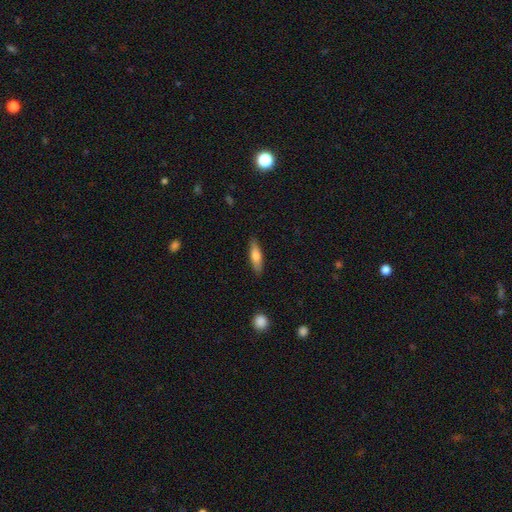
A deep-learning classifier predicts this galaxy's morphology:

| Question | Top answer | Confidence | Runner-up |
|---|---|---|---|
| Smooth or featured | smooth | 70% | featured or disk (24%) |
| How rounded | cigar-shaped | 62% | in between (36%) |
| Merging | none | 86% | minor disturbance (11%) |